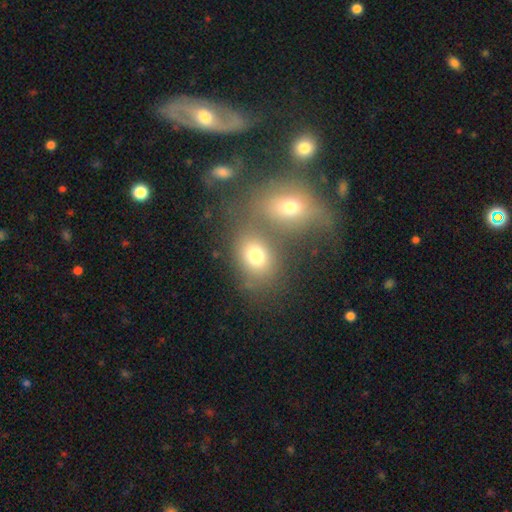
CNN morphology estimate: A smooth galaxy with no disk features (74%) that is in between round and cigar-shaped (53%).

Vote fractions:
- Smooth or featured? smooth: 74% / star or artifact: 13% / featured or disk: 13%
- How rounded? in between: 53% / round: 45% / cigar-shaped: 1%
- Merging? none: 48% / merger: 37% / minor disturbance: 10% / major disturbance: 6%